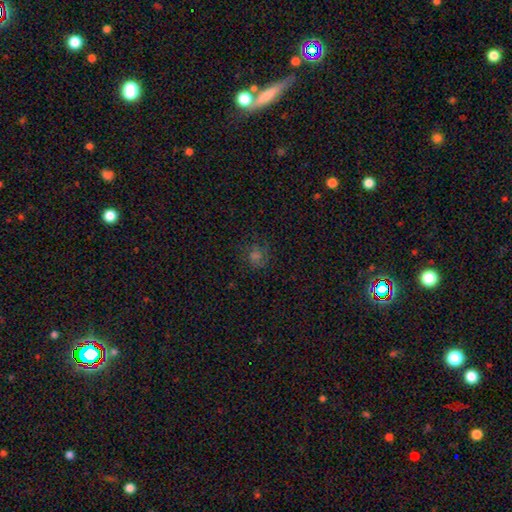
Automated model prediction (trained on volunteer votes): Smooth or featured: smooth — 47% (star or artifact — 31%)
Merging: none — 75% (minor disturbance — 15%)